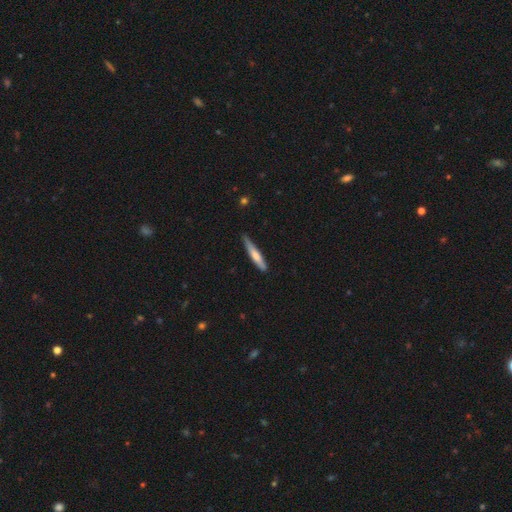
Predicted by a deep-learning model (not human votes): smooth_or_featured: smooth (p=0.65) [alt: featured or disk p=0.30]
how_rounded: cigar-shaped (p=0.92) [alt: in between p=0.07]
merging: none (p=0.73) [alt: minor disturbance p=0.22]